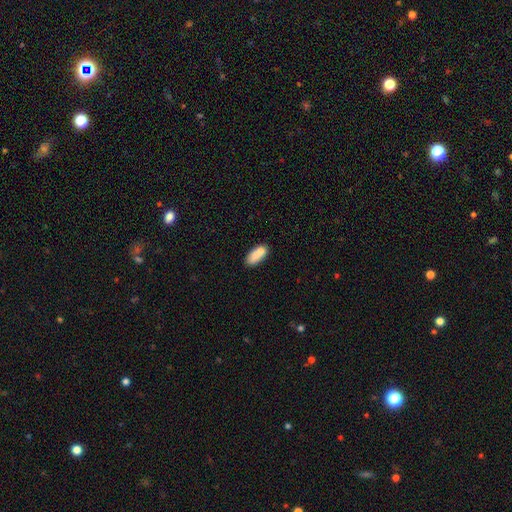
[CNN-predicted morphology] Q: Smooth or featured?
A: smooth (77%); runner-up: featured or disk (15%)
Q: How rounded?
A: in between (83%); runner-up: cigar-shaped (14%)
Q: Merging?
A: none (56%); runner-up: merger (24%)